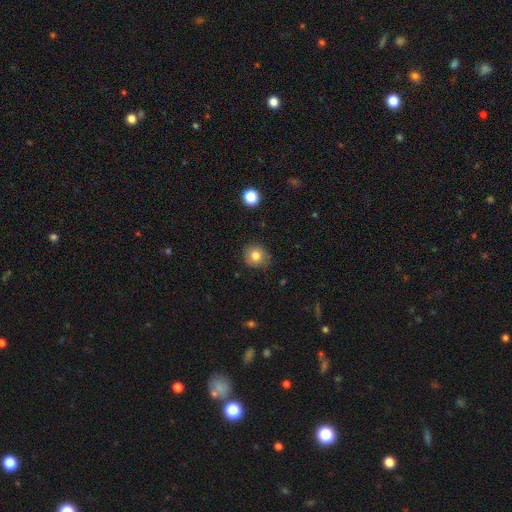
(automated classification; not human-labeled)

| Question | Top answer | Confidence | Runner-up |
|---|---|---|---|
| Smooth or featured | smooth | 79% | featured or disk (11%) |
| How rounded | round | 78% | in between (21%) |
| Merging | none | 84% | minor disturbance (12%) |